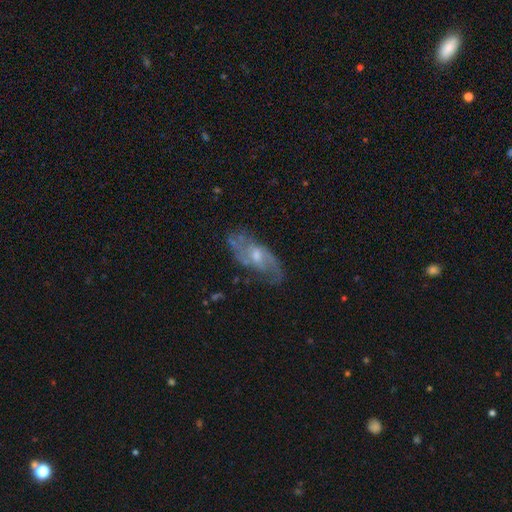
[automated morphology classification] type=featured or disk (78%); edge-on=no (91%); bar=weak (47%); spiral arms=yes (88%); winding=medium (45%); arm count=2 (71%); bulge=moderate (48%); merging=none (70%).